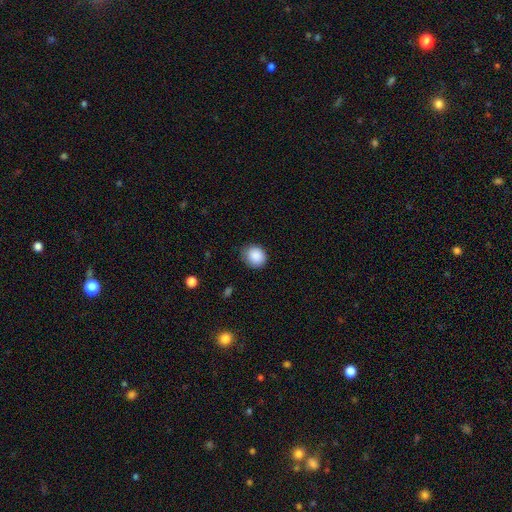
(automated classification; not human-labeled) Smooth or featured: smooth — 88% (star or artifact — 8%)
How rounded: round — 77% (in between — 22%)
Merging: none — 77% (minor disturbance — 18%)